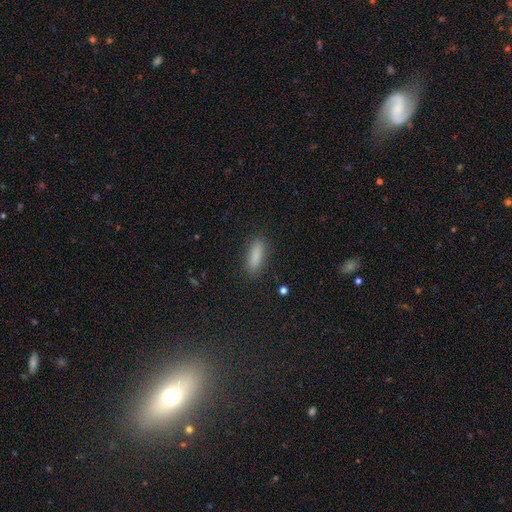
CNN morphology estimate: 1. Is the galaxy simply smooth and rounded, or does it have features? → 85% smooth, 8% star or artifact, 6% featured or disk.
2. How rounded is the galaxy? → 50% in between, 48% cigar-shaped, 2% round.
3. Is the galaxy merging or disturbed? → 88% none, 9% minor disturbance, 3% major disturbance, 1% merger.